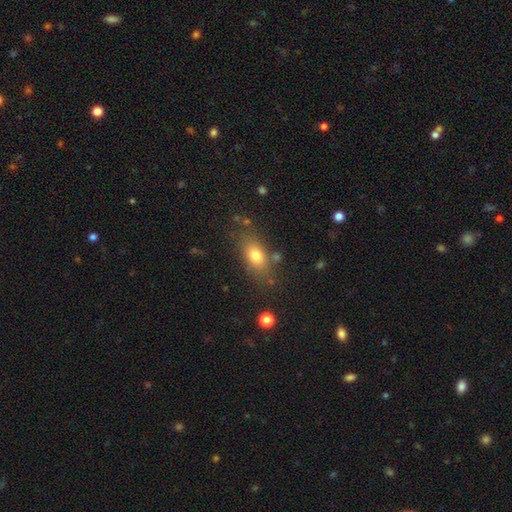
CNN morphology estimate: This appears to be a smooth galaxy with no disk features (76%) that is in between round and cigar-shaped (80%). Merging: none (74%).